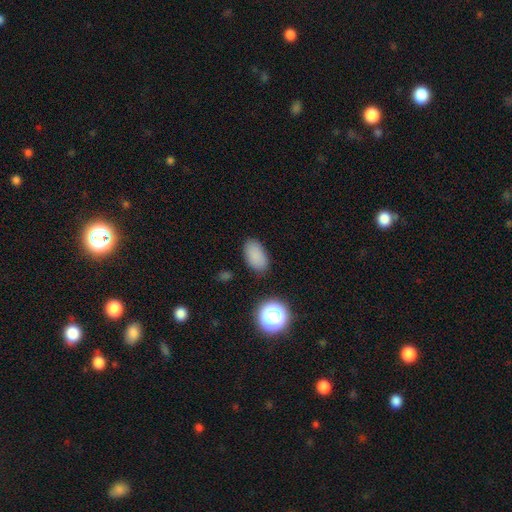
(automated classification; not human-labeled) The model was most divided on "merging": none: 83%, minor disturbance: 11%, major disturbance: 3%, merger: 2%. More confident: how rounded — in between (91%); smooth or featured — smooth (85%).